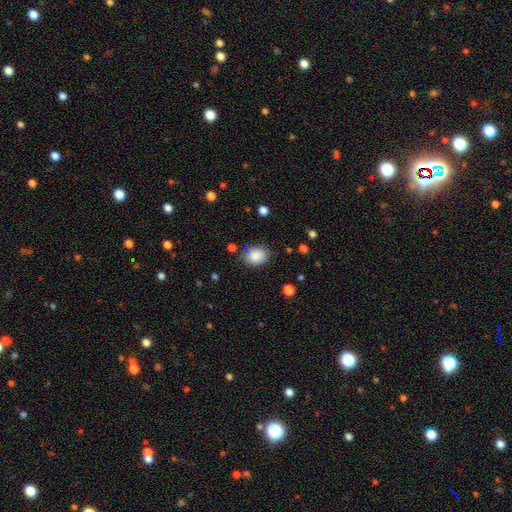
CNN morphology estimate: Q: Smooth or featured?
A: smooth (85%); runner-up: star or artifact (8%)
Q: How rounded?
A: in between (55%); runner-up: round (44%)
Q: Merging?
A: none (77%); runner-up: minor disturbance (16%)